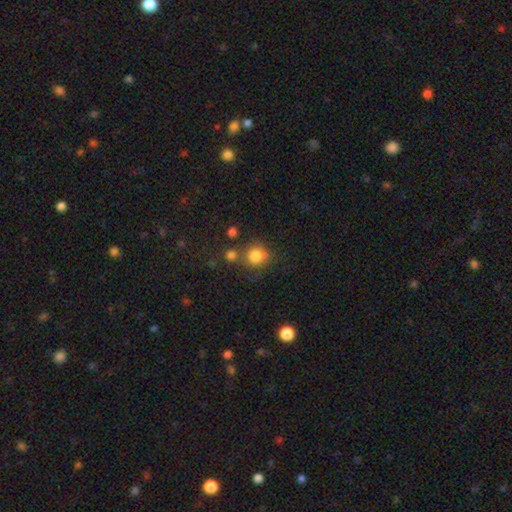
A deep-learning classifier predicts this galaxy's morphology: This appears to be a smooth galaxy with no disk features (81%) that is round (83%). Merging: none (61%).